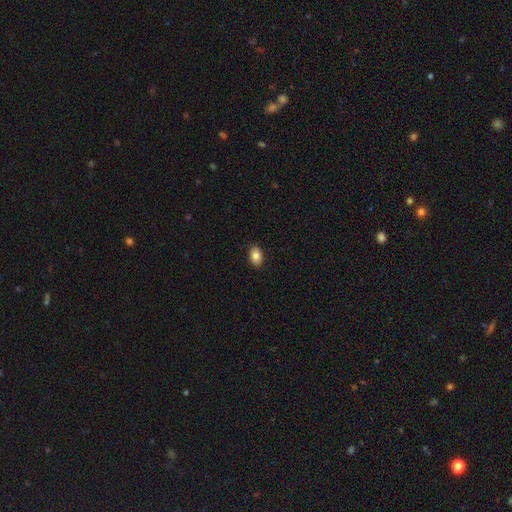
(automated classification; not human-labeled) This is clearly a smooth galaxy (83%). How rounded: clearly in between (86%). Merging: clearly none (89%).